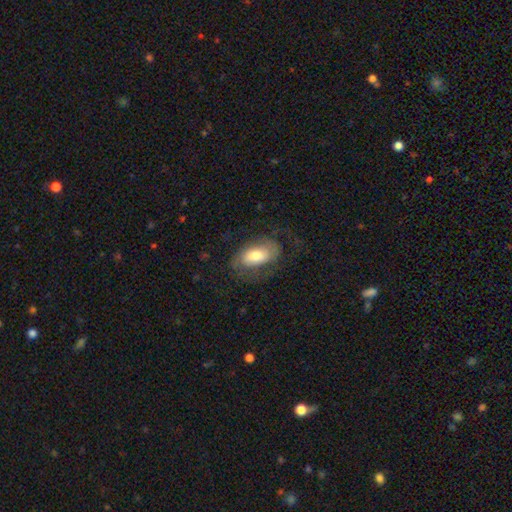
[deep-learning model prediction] Morphology: type=smooth (56%); roundness=in between (92%); merging=none (60%).